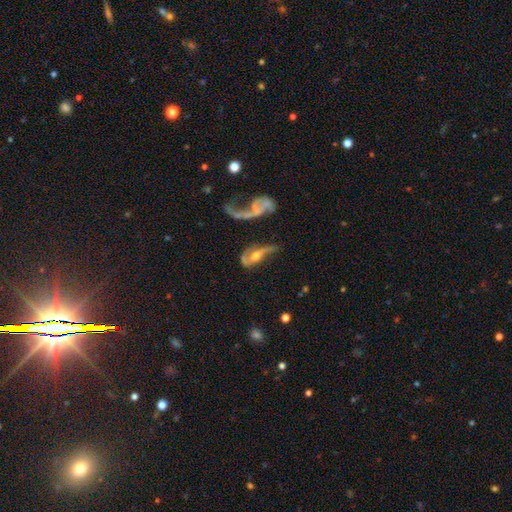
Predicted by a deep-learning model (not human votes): Smooth or featured: featured or disk — 71% (smooth — 20%)
Edge-on disk: no — 86% (yes — 14%)
Bar: no — 61% (weak — 27%)
Spiral arms: yes — 72% (no — 28%)
Bulge size: moderate — 53% (small — 29%)
Merging: major disturbance — 41% (merger — 23%)